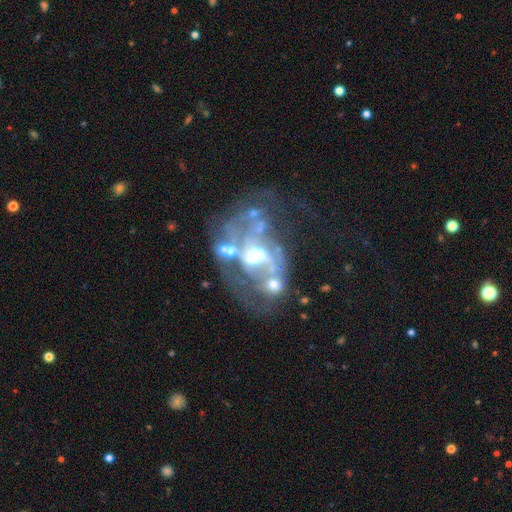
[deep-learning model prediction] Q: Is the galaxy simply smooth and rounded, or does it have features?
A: featured or disk — 81%.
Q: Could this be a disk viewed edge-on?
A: no — 97%.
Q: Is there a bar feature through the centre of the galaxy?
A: no — 48%.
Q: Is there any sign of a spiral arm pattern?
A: yes — 66%.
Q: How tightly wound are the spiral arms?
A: medium — 41%.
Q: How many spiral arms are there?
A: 2 — 40%.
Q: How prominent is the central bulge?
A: moderate — 48%.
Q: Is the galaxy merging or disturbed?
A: major disturbance — 31%.